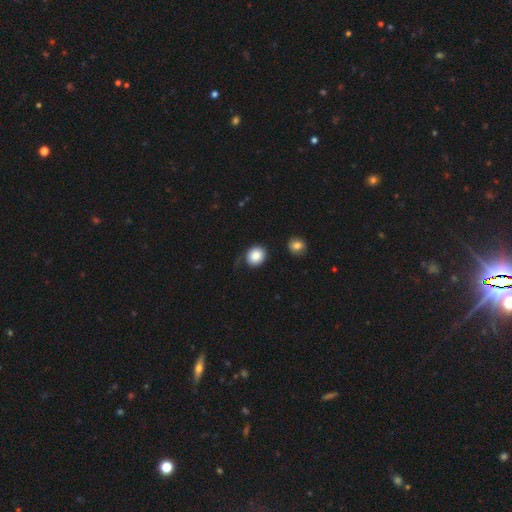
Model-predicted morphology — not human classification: Smooth or featured: smooth — 87% (star or artifact — 8%)
How rounded: round — 76% (in between — 23%)
Merging: none — 73% (minor disturbance — 18%)